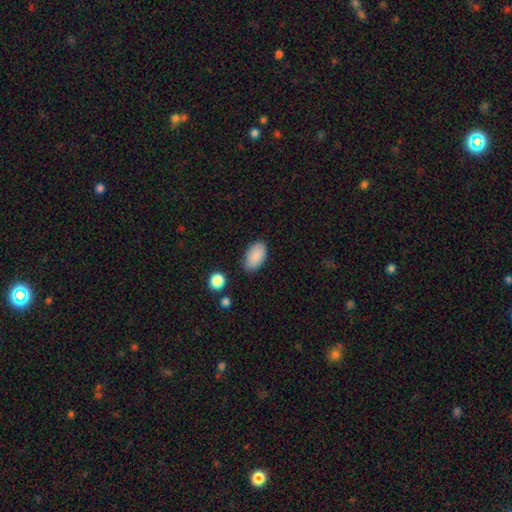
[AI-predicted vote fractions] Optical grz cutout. It shows a smooth galaxy with no disk features (89%) that is in between round and cigar-shaped (94%). Merging: none (80%).